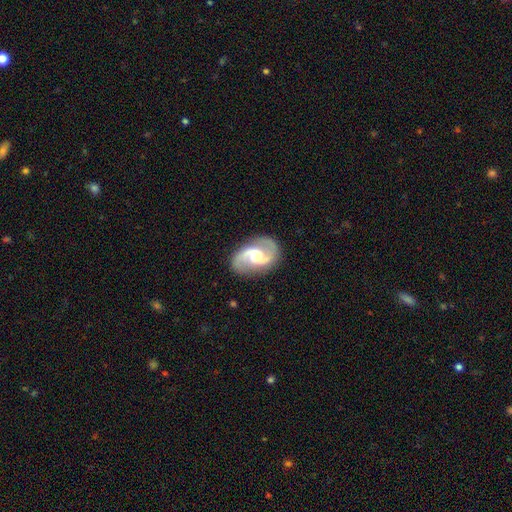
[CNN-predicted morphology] smooth-or-featured: featured or disk: 90% | smooth: 6% | star or artifact: 4%
  disk-edge-on: no: 98% | yes: 2%
    bar: weak: 48% | no: 39% | strong: 13%
    has-spiral-arms: yes: 98% | no: 2%
      spiral-winding: medium: 55% | loose: 33% | tight: 12%
      spiral-arm-count: 2: 94% | can't tell: 2% | 1: 1% | 3: 1% | 4: 1% | more than 4: 1%
    bulge-size: moderate: 47% | small: 24% | large: 18% | none: 8% | dominant: 2%
  merging: none: 84% | minor disturbance: 11% | major disturbance: 4% | merger: 1%